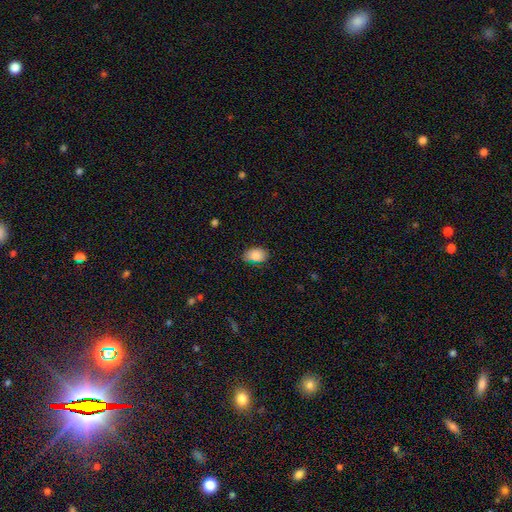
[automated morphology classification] A smooth galaxy with no disk features (85%) that is in between round and cigar-shaped (85%). Merging: none (73%).